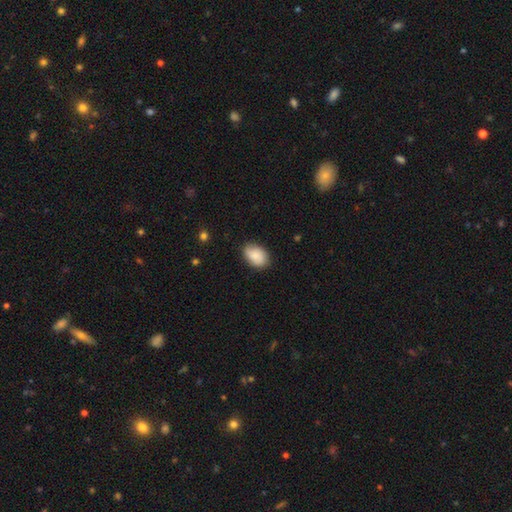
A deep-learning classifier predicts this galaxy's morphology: Smooth or featured: smooth — 84% (featured or disk — 9%)
How rounded: in between — 85% (round — 14%)
Merging: none — 80% (minor disturbance — 16%)